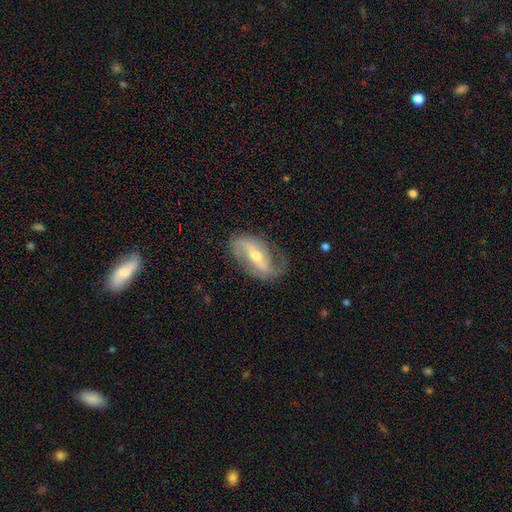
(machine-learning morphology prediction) Smooth or featured: featured or disk — 85% (smooth — 10%)
Edge-on disk: no — 94% (yes — 6%)
Bar: strong — 45% (weak — 33%)
Spiral arms: yes — 93% (no — 7%)
Spiral winding: loose — 52% (medium — 33%)
Spiral arm count: 2 — 85% (1 — 6%)
Bulge size: moderate — 49% (small — 47%)
Merging: none — 69% (minor disturbance — 19%)